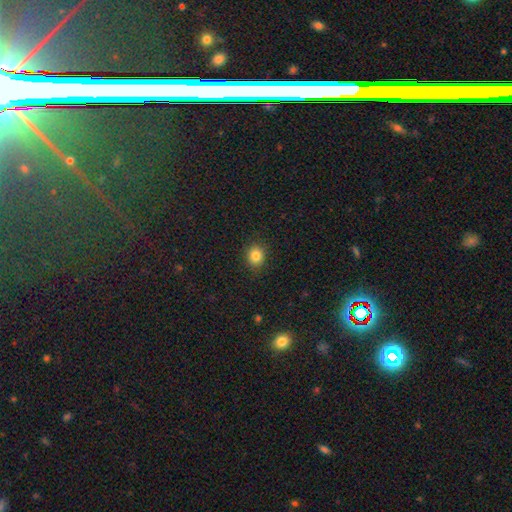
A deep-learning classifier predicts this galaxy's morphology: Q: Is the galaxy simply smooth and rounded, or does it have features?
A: smooth — 83%.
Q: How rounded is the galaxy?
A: round — 75%.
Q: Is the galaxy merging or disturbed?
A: none — 89%.